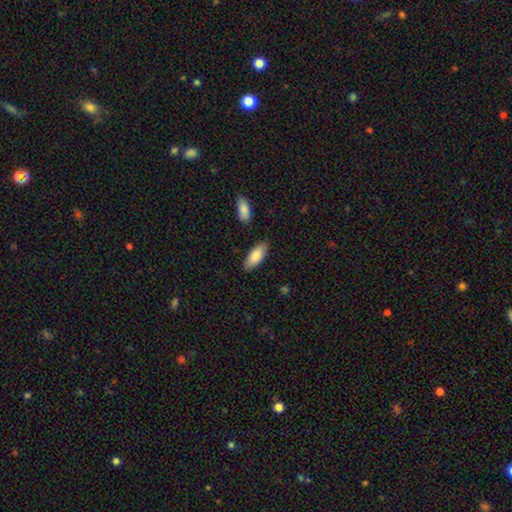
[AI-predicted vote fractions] Overall: smooth (86%). How rounded: in between (79%). Merging: none (84%).